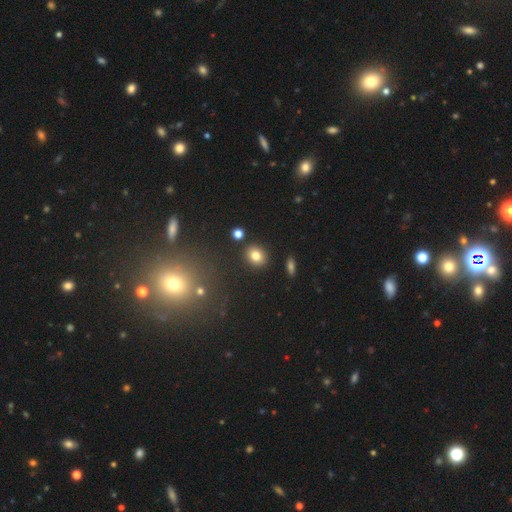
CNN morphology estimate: Smooth or featured? Predicted: smooth (p=0.80). How rounded? Predicted: round (p=0.58). Merging? Predicted: none (p=0.86).